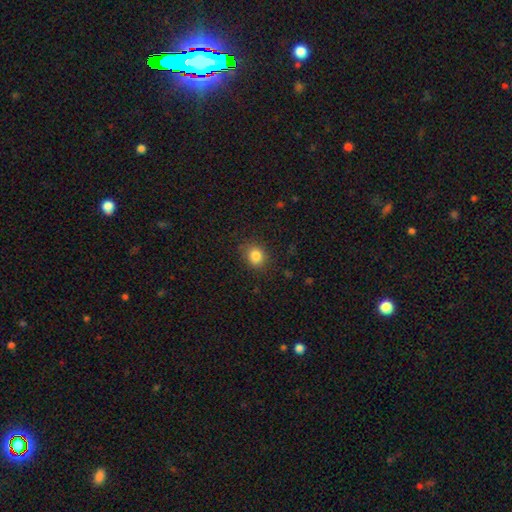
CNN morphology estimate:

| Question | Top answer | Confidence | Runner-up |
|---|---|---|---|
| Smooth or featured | smooth | 84% | star or artifact (11%) |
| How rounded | round | 67% | in between (32%) |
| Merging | none | 82% | minor disturbance (14%) |